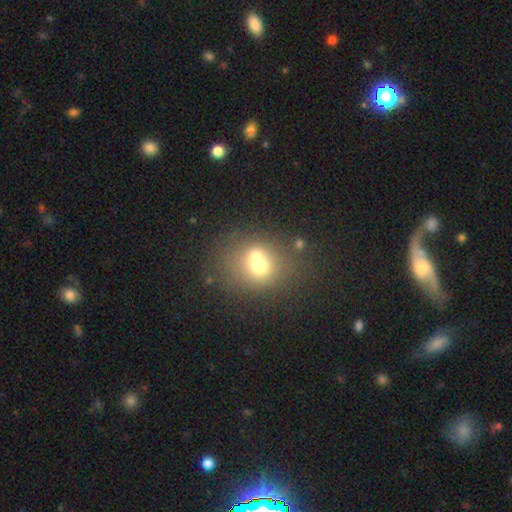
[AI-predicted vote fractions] Smooth or featured: smooth — 62% (featured or disk — 23%)
How rounded: round — 71% (in between — 28%)
Merging: none — 41% (tied with merger — 41%)